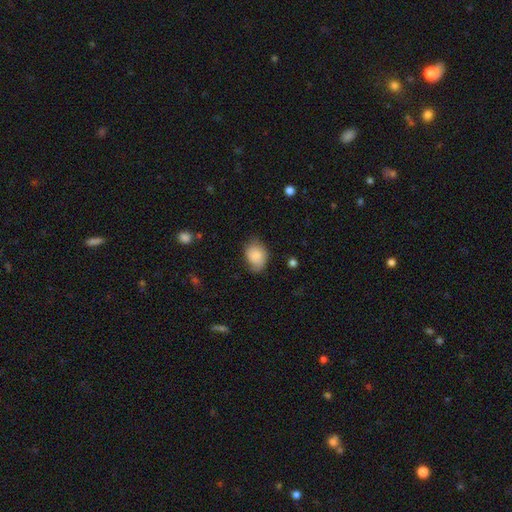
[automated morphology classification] smooth 80%, featured or disk 13%, star or artifact 7%. Down the decision tree: how rounded — in between (71%); merging — none (56%).